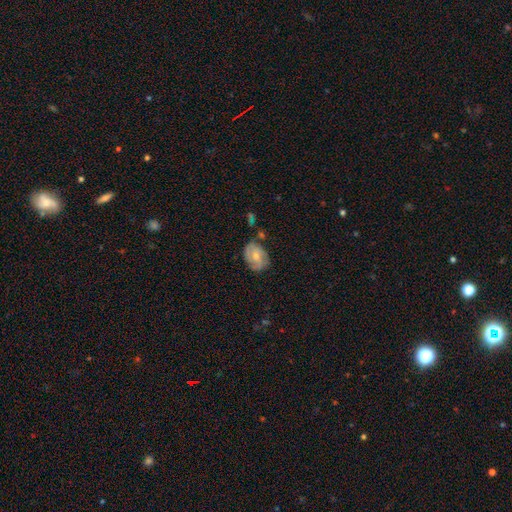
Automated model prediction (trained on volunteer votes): Morphology: type=featured or disk (60%); edge-on=no (97%); bar=no (57%); spiral arms=yes (82%); bulge=moderate (51%); merging=none (61%).